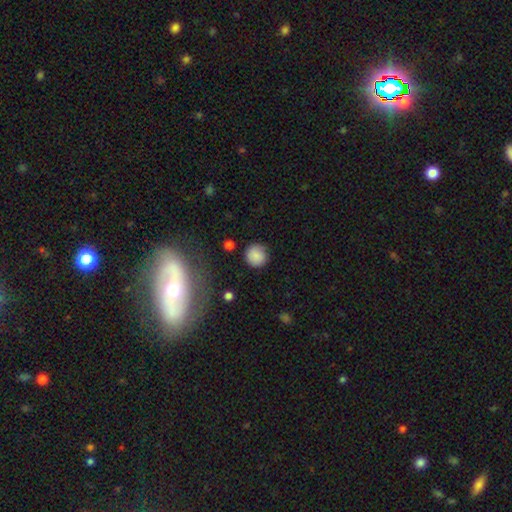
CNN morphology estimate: smooth 85%, star or artifact 10%, featured or disk 6%. Down the decision tree: how rounded — round (92%); merging — none (84%).